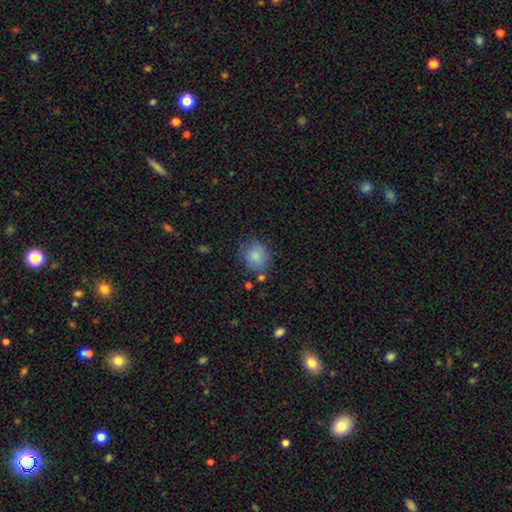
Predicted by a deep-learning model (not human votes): Smooth or featured? Predicted: smooth (p=0.84). How rounded? Predicted: round (p=0.78). Merging? Predicted: none (p=0.71).